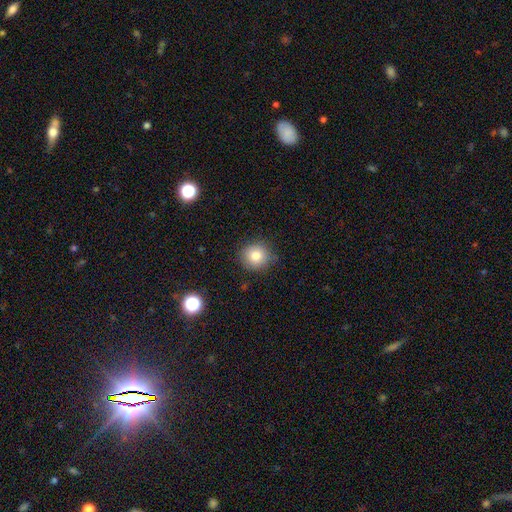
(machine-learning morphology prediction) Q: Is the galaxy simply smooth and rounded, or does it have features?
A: smooth — 81%.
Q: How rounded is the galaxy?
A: round — 89%.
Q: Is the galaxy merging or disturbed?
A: none — 84%.